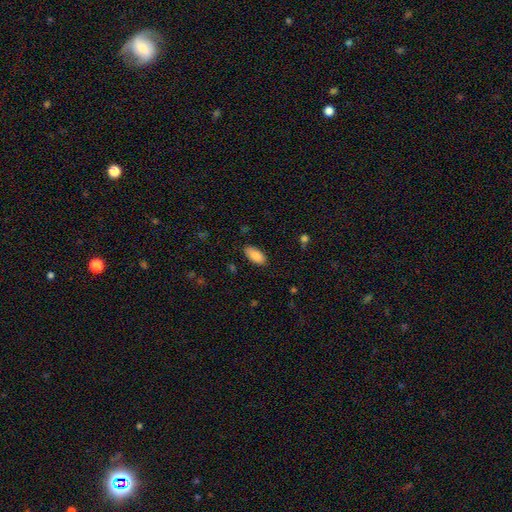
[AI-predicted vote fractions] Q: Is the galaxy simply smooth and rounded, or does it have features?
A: smooth — 87%.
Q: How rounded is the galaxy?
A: in between — 91%.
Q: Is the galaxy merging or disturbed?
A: none — 84%.